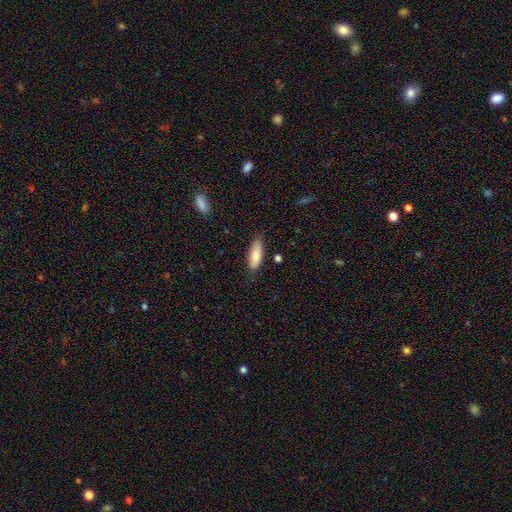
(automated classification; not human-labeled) Overall: smooth (85%). How rounded: in between (69%; cigar-shaped 30%). Merging: none (81%).